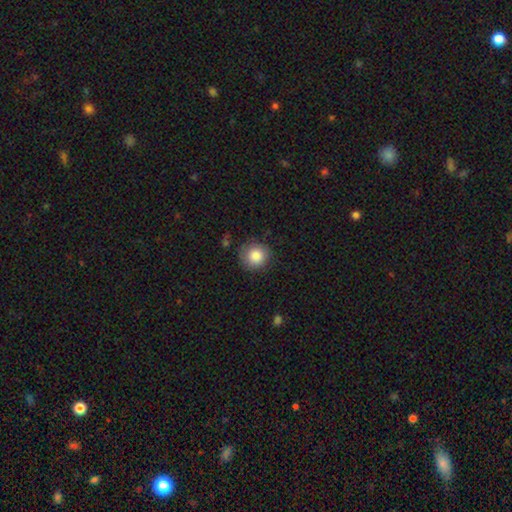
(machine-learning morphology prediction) Smooth or featured? smooth (86%)
How rounded? round (91%)
Merging? none (81%)